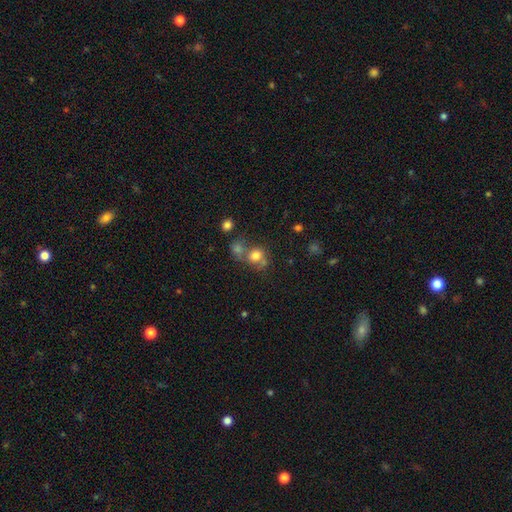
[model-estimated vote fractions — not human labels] smooth_or_featured: smooth (p=0.73) [alt: featured or disk p=0.13]
how_rounded: round (p=0.74) [alt: in between p=0.25]
merging: none (p=0.43) [alt: merger p=0.38]